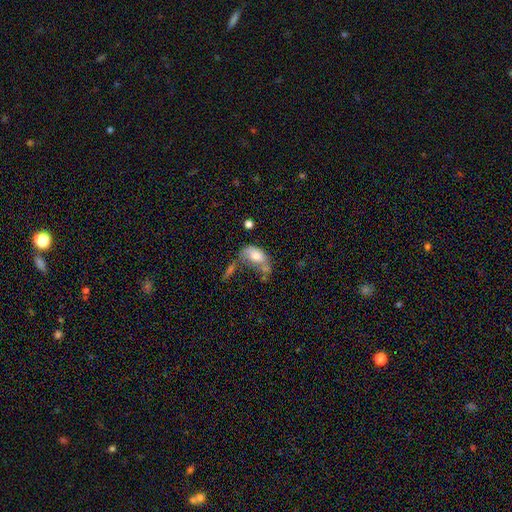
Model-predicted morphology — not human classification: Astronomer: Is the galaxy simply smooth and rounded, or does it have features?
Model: smooth — 68%.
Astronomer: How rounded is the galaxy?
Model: in between — 89%.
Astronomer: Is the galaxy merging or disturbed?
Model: merger — 31% (runner-up: none, 25%).